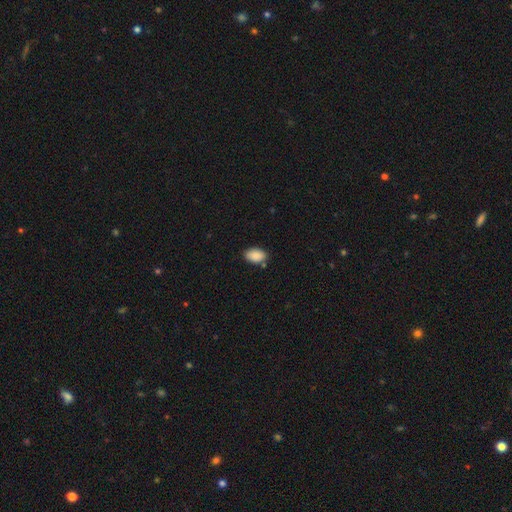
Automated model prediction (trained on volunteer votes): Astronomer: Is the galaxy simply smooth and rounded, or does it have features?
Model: smooth — 89%.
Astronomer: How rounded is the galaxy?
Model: in between — 91%.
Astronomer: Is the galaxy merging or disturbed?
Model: none — 79%.